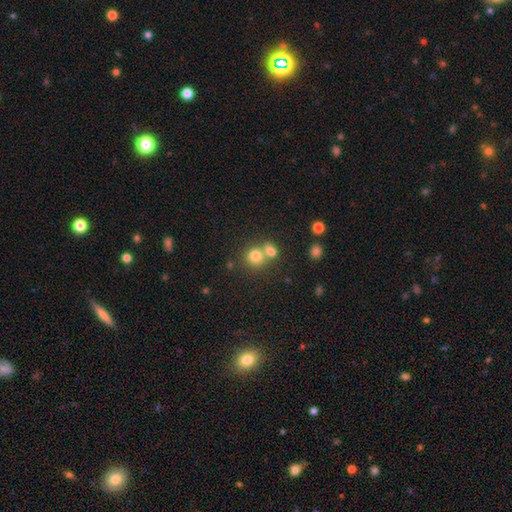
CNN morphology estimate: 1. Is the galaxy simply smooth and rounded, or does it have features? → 78% smooth, 13% star or artifact, 10% featured or disk.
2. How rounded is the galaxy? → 81% round, 18% in between, 1% cigar-shaped.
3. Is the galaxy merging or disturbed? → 46% none, 43% merger, 7% minor disturbance, 3% major disturbance.